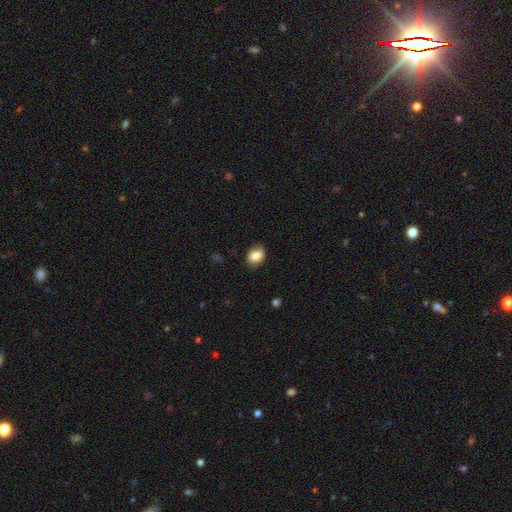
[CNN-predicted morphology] This appears to be a smooth galaxy with no disk features (83%) that is in between round and cigar-shaped (74%). Merging: none (83%).